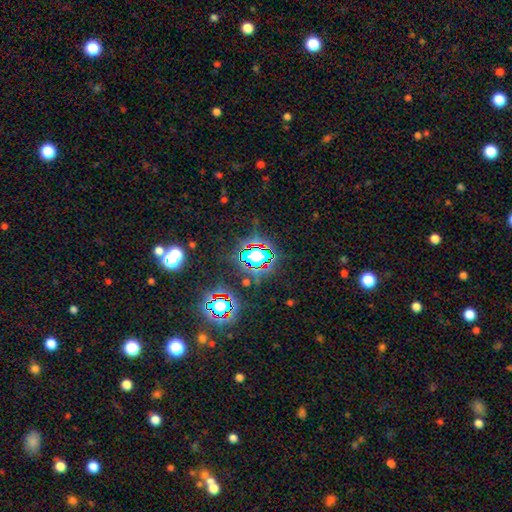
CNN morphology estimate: smooth_or_featured: star or artifact (p=0.68) [alt: smooth p=0.20]